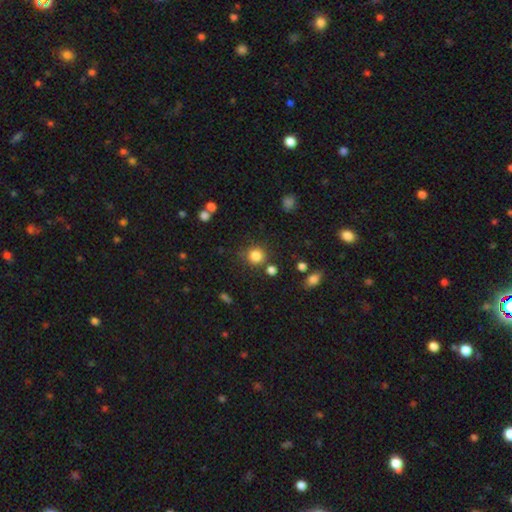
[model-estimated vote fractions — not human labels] smooth-or-featured: smooth: 83% | star or artifact: 12% | featured or disk: 5%
  how-rounded: round: 91% | in between: 8% | cigar-shaped: 1%
  merging: none: 79% | minor disturbance: 10% | merger: 8% | major disturbance: 4%